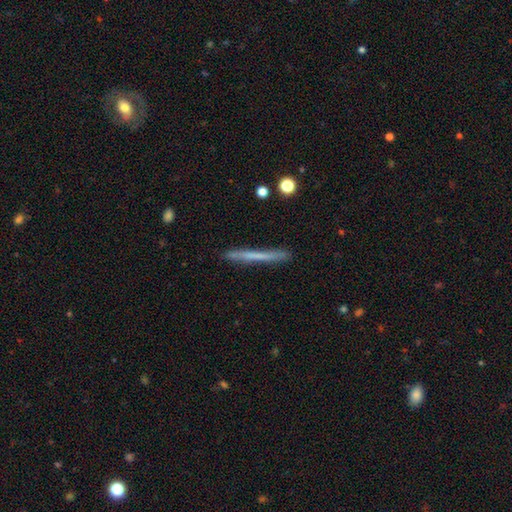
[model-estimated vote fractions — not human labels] Smooth or featured: smooth — 54% (featured or disk — 39%)
How rounded: cigar-shaped — 97% (in between — 2%)
Merging: none — 86% (minor disturbance — 10%)